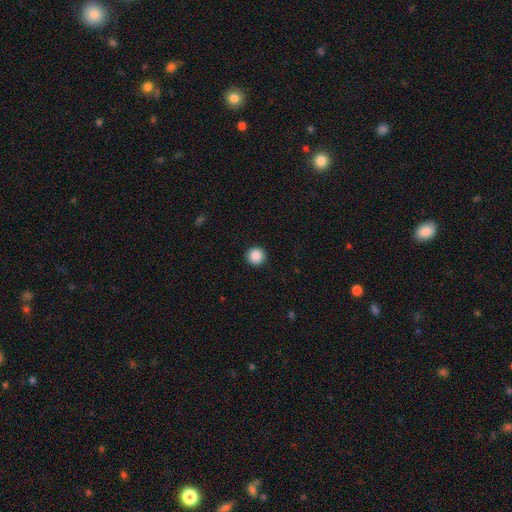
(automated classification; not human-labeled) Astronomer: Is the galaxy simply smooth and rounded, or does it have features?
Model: smooth — 88%.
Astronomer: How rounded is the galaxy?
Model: round — 96%.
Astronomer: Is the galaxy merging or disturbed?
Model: none — 93%.